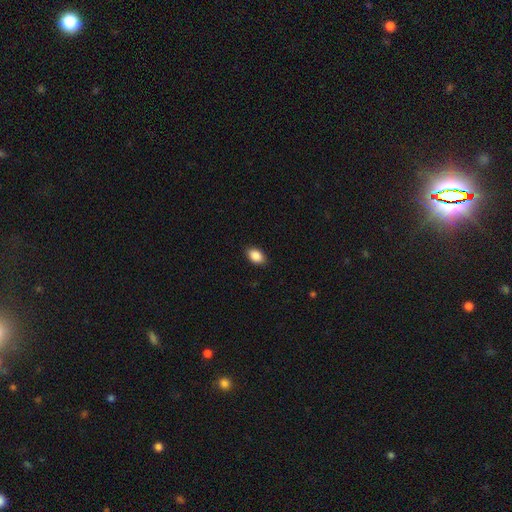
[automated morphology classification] smooth 88%, star or artifact 8%, featured or disk 4%. Down the decision tree: how rounded — in between (89%); merging — none (88%).